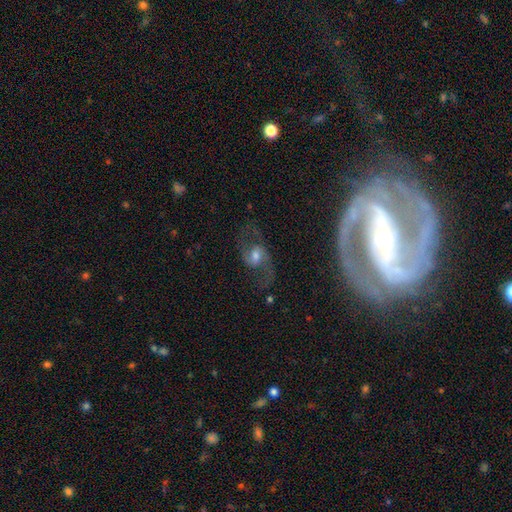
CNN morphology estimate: Overall: featured or disk (80%). Edge-on disk: no (96%). Bar: weak (48%; no 38%). Spiral arms: yes (93%). Spiral arm count: 2 (92%). Spiral winding: loose (55%; medium 38%). Bulge size: moderate (60%; small 22%). Merging: none (68%).